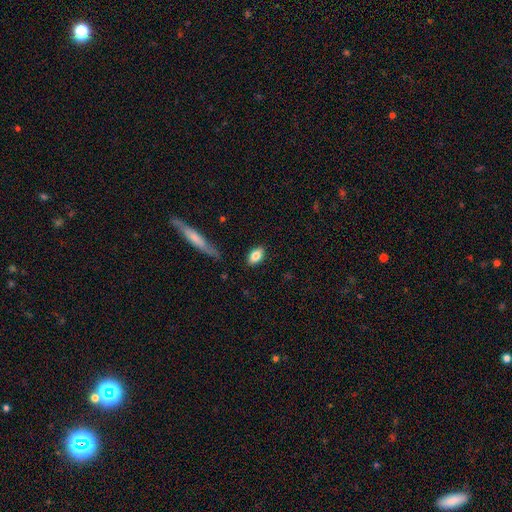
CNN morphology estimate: Smooth or featured? smooth (81%)
How rounded? in between (89%)
Merging? none (85%)